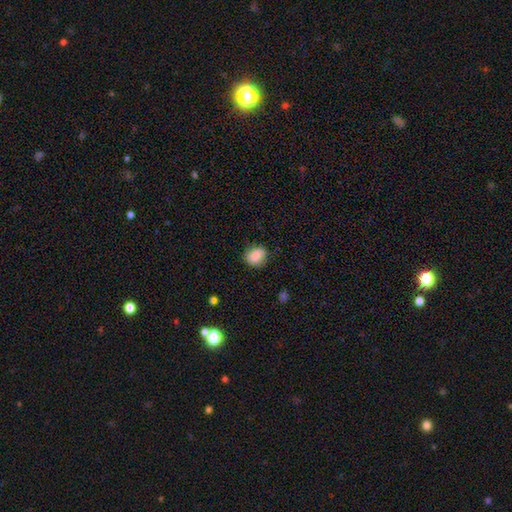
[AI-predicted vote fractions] Smooth or featured? Predicted: smooth (p=0.85). How rounded? Predicted: round (p=0.67). Merging? Predicted: none (p=0.81).